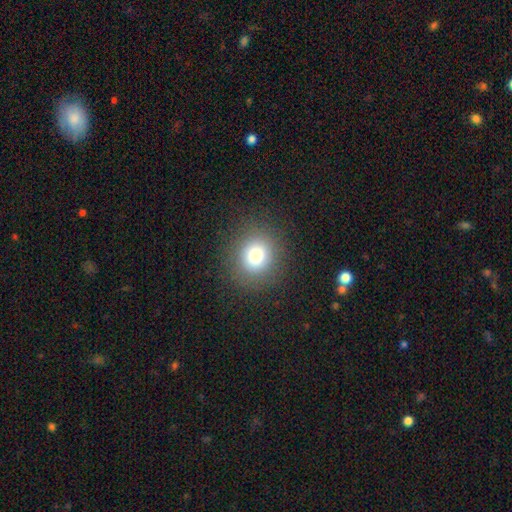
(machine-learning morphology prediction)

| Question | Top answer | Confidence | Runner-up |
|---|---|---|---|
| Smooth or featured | smooth | 77% | star or artifact (14%) |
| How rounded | round | 83% | in between (16%) |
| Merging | none | 88% | minor disturbance (7%) |